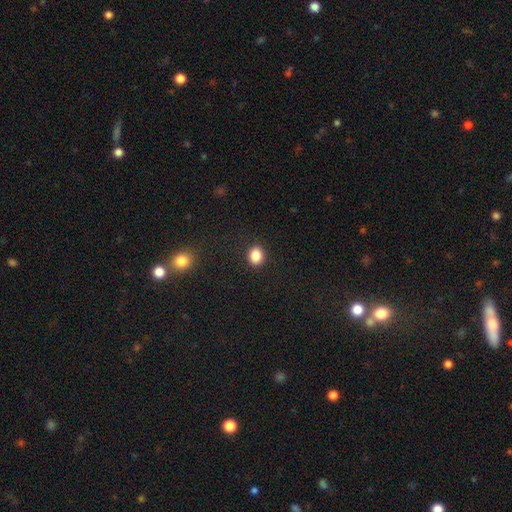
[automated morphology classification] smooth-or-featured: smooth: 86% | star or artifact: 10% | featured or disk: 4%
  how-rounded: round: 58% | in between: 41% | cigar-shaped: 1%
  merging: none: 90% | minor disturbance: 7% | major disturbance: 2% | merger: 1%